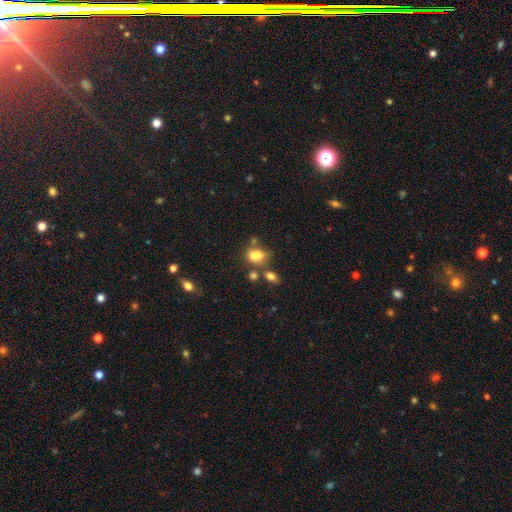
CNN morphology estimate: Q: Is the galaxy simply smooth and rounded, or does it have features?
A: smooth — 72%.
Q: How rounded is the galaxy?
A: in between — 62%.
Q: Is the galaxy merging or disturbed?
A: merger — 42%.